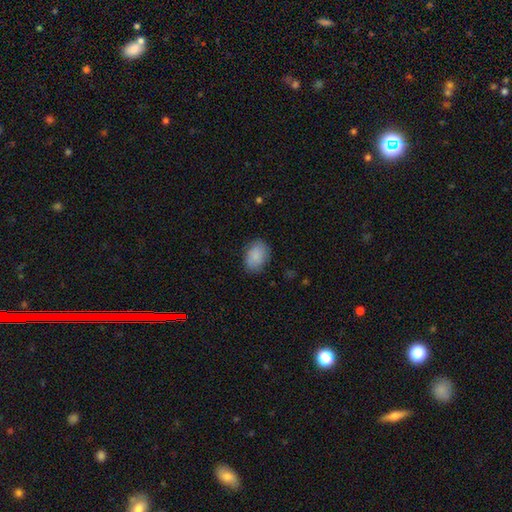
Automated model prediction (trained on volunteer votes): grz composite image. It shows a smooth galaxy with no disk features (85%) that is in between round and cigar-shaped (80%). Merging: none (81%).